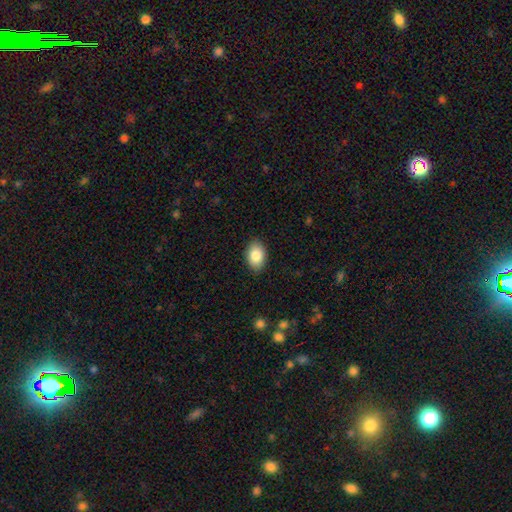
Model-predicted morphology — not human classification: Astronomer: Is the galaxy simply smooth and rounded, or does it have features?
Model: smooth — 86%.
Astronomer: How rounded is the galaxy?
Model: in between — 88%.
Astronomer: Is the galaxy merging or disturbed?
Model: none — 87%.